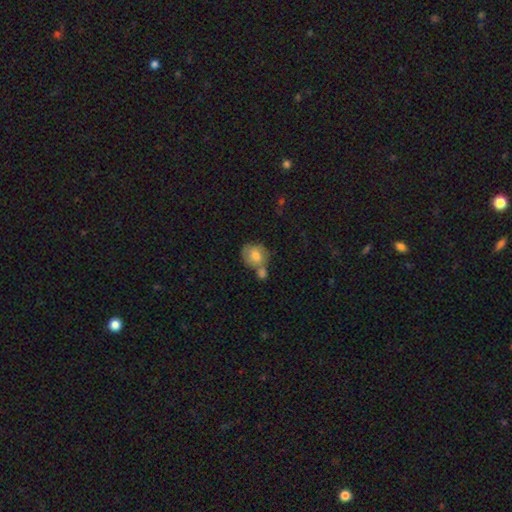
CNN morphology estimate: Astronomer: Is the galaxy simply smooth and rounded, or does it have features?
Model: smooth — 69%.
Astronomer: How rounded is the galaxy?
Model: round — 66%.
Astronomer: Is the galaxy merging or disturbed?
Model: none — 40%, tied with merger at 40%.